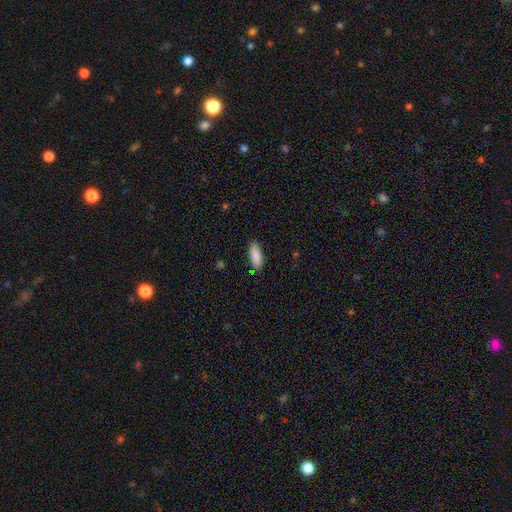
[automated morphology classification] This is clearly a smooth galaxy (89%). How rounded: likely in between (71%). Merging: clearly none (86%).